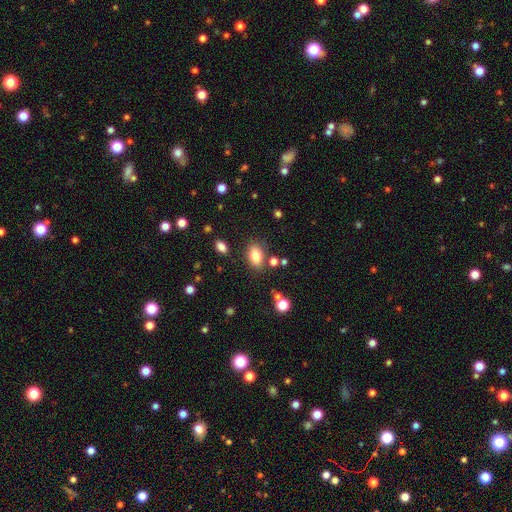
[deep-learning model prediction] Smooth or featured? Predicted: smooth (p=0.82). How rounded? Predicted: in between (p=0.85). Merging? Predicted: none (p=0.79).